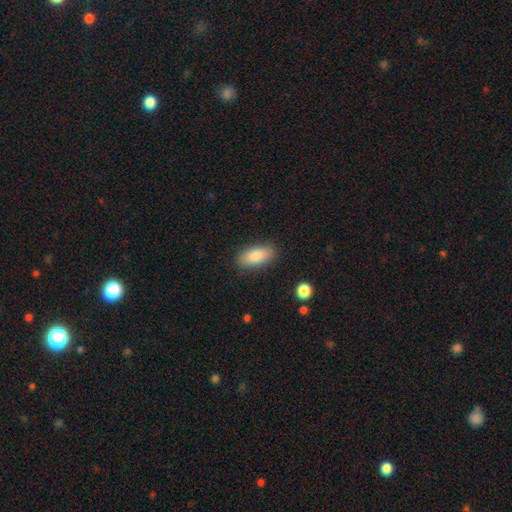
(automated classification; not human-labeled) Q: Smooth or featured?
A: smooth (85%); runner-up: featured or disk (8%)
Q: How rounded?
A: in between (85%); runner-up: cigar-shaped (12%)
Q: Merging?
A: none (87%); runner-up: minor disturbance (10%)